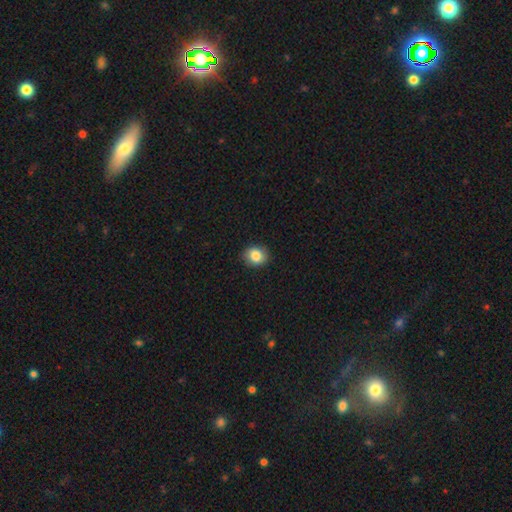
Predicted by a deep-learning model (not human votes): The model was most divided on "how rounded": round: 64%, in between: 35%, cigar-shaped: 1%. More confident: merging — none (87%); smooth or featured — smooth (84%).